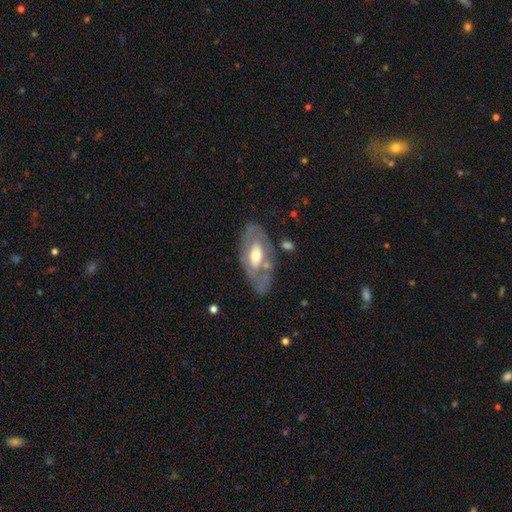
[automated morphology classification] featured or disk 61%, smooth 34%, star or artifact 5%. Down the decision tree: edge-on disk — no (86%); bar — no (68%); spiral arms — no (75%); bulge size — moderate (67%); merging — none (64%).